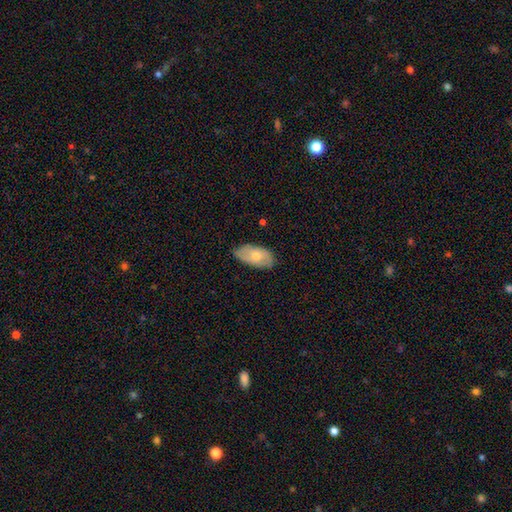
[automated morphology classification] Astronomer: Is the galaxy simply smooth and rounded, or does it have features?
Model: smooth — 66%.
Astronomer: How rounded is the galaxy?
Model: in between — 94%.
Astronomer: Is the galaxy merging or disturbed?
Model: none — 74%.